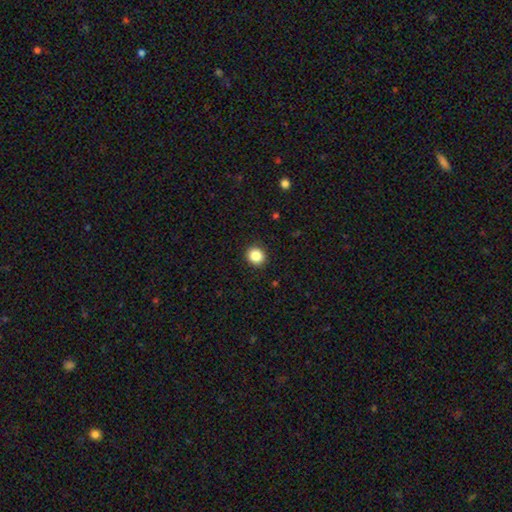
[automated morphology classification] Overall: smooth (86%). How rounded: round (89%). Merging: none (91%).